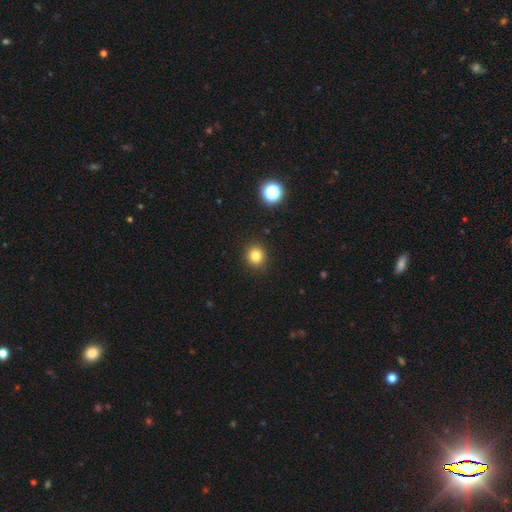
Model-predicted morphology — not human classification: This appears to be a smooth galaxy with no disk features (80%) that is round (88%). Merging: none (91%).